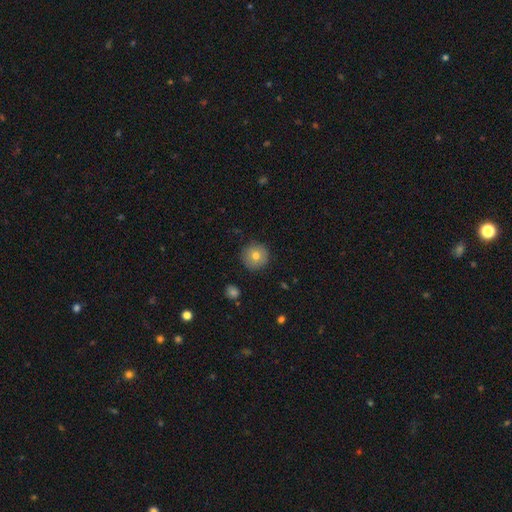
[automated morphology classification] smooth-or-featured: smooth: 76% | featured or disk: 15% | star or artifact: 9%
  how-rounded: round: 95% | in between: 4% | cigar-shaped: 1%
  merging: none: 88% | minor disturbance: 8% | major disturbance: 2% | merger: 1%